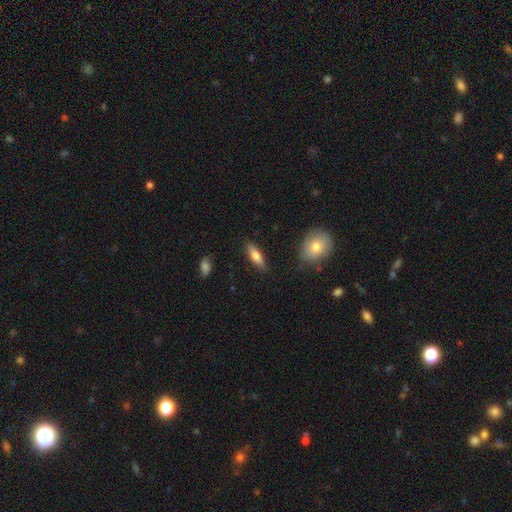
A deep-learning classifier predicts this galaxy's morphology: This appears to be a smooth galaxy with no disk features (76%) that is cigar-shaped (50%). Merging: none (85%).